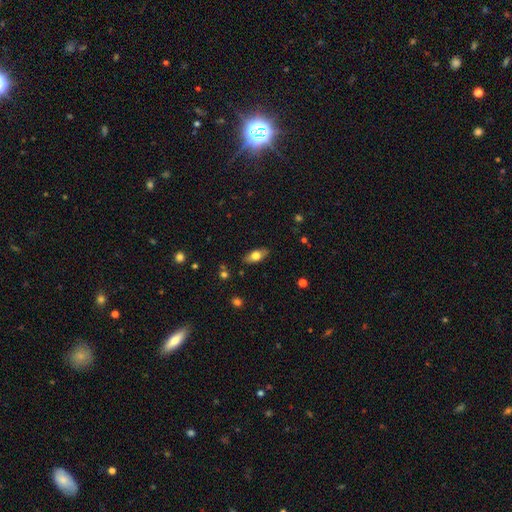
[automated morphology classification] This appears to be a smooth galaxy with no disk features (66%) that is in between round and cigar-shaped (82%). Merging: none (86%).